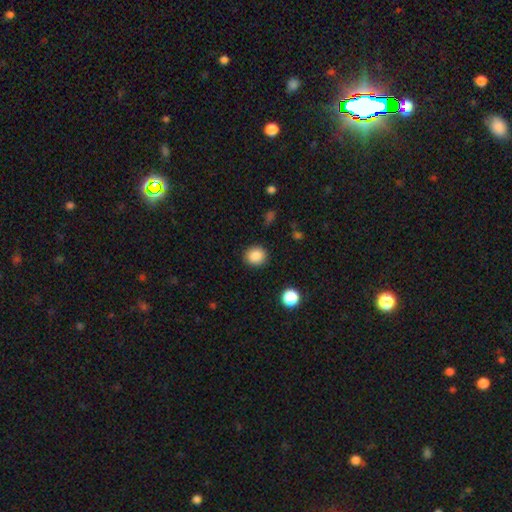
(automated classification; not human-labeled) A smooth galaxy with no disk features (86%) that is round (82%). Merging: none (90%).